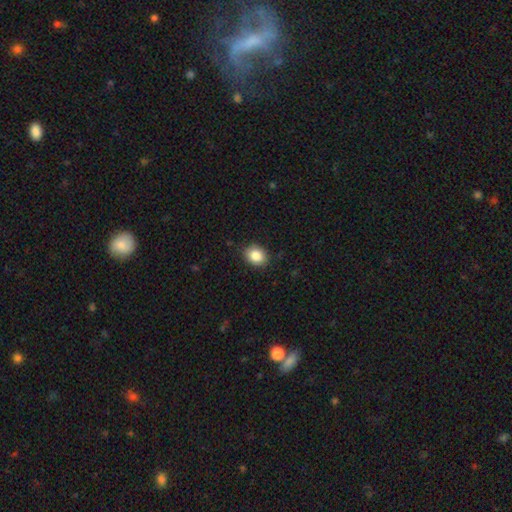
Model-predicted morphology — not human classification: Smooth or featured: smooth — 86% (star or artifact — 9%)
How rounded: in between — 53% (round — 46%)
Merging: none — 87% (minor disturbance — 10%)